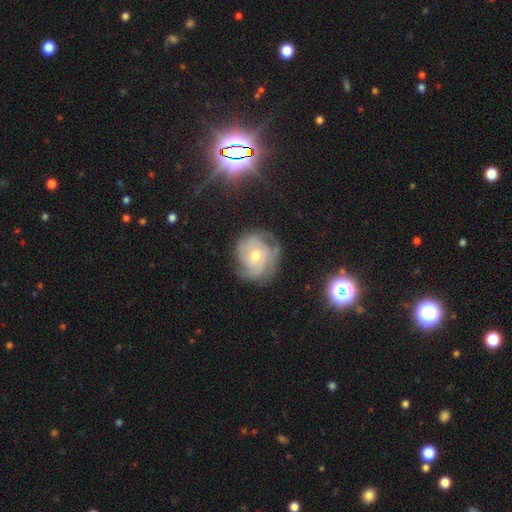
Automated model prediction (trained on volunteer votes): Smooth or featured? Predicted: featured or disk (p=0.76). Edge-on disk? Predicted: no (p=0.97). Bar? Predicted: no (p=0.75). Spiral arms? Predicted: yes (p=0.91). Spiral winding? Predicted: tight (p=0.63). Spiral arm count? Predicted: can't tell (p=0.35). Bulge size? Predicted: moderate (p=0.56). Merging? Predicted: none (p=0.68).